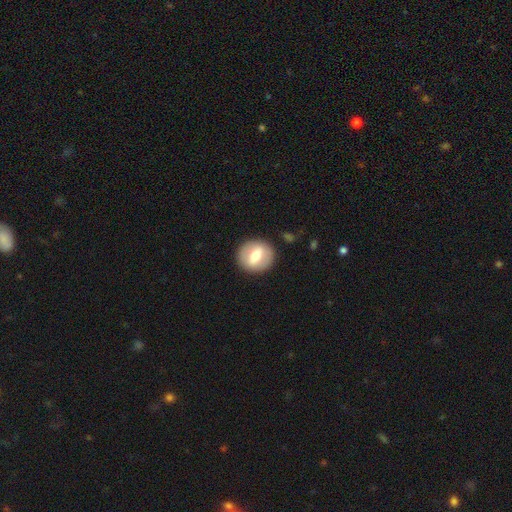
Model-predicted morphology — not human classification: The model was most divided on "smooth or featured": smooth: 53%, featured or disk: 41%, star or artifact: 7%. More confident: merging — none (88%); how rounded — round (77%).